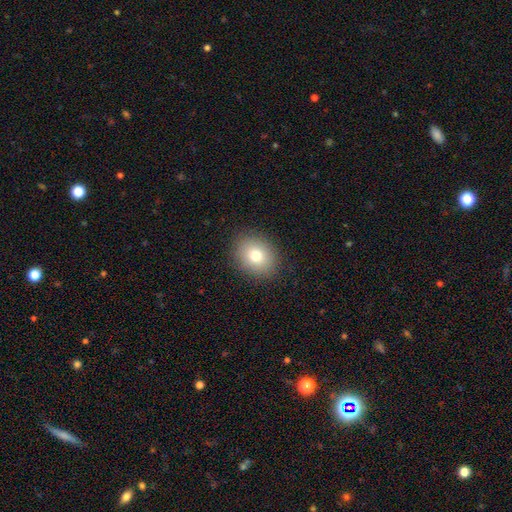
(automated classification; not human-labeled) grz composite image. It shows a smooth galaxy with no disk features (78%) that is round (55%). Merging: none (89%).